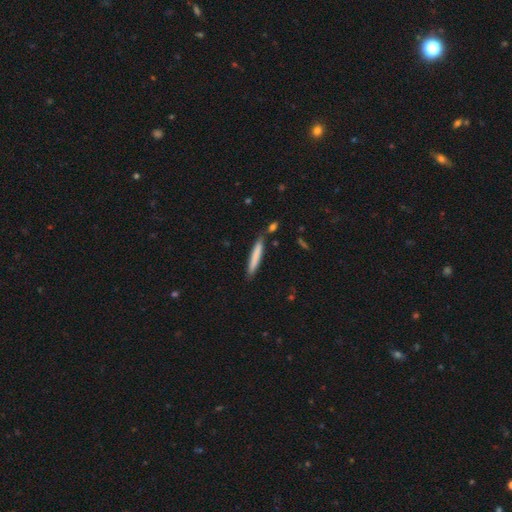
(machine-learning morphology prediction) Q: Smooth or featured?
A: smooth (76%); runner-up: featured or disk (18%)
Q: How rounded?
A: cigar-shaped (94%); runner-up: in between (4%)
Q: Merging?
A: none (81%); runner-up: minor disturbance (12%)